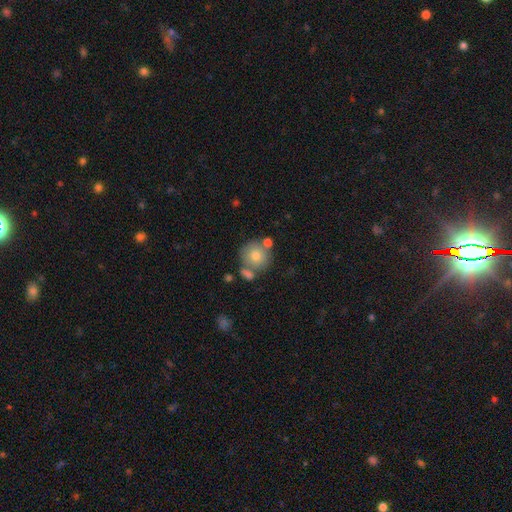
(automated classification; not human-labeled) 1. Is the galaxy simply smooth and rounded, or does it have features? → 74% smooth, 16% featured or disk, 10% star or artifact.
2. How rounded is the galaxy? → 92% round, 7% in between, 1% cigar-shaped.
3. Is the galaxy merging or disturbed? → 64% none, 21% merger, 11% minor disturbance, 4% major disturbance.